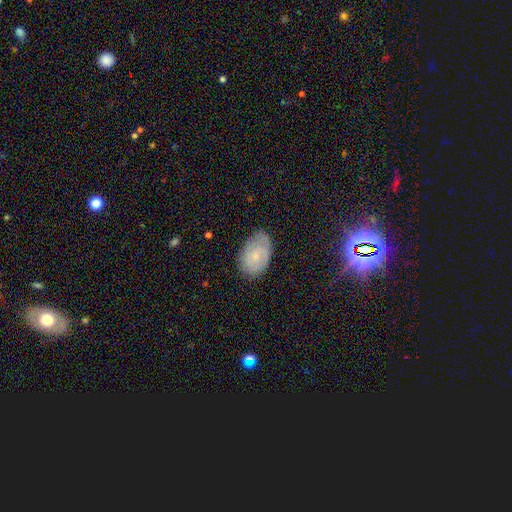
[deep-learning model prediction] smooth_or_featured: smooth (p=0.53) [alt: featured or disk p=0.38]
how_rounded: in between (p=0.87) [alt: round p=0.11]
merging: none (p=0.71) [alt: minor disturbance p=0.22]